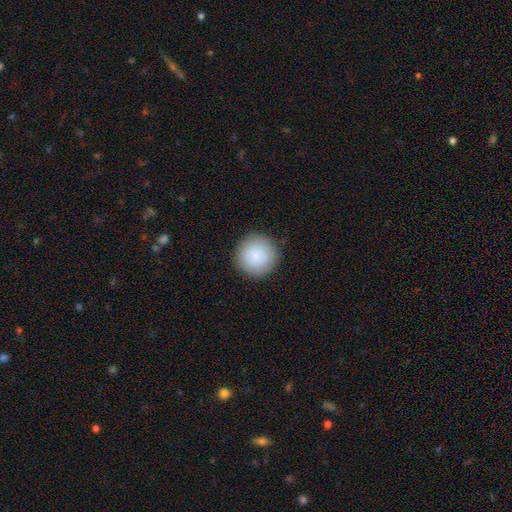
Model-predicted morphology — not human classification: smooth 85%, star or artifact 7%, featured or disk 7%. Down the decision tree: how rounded — round (96%); merging — none (90%).